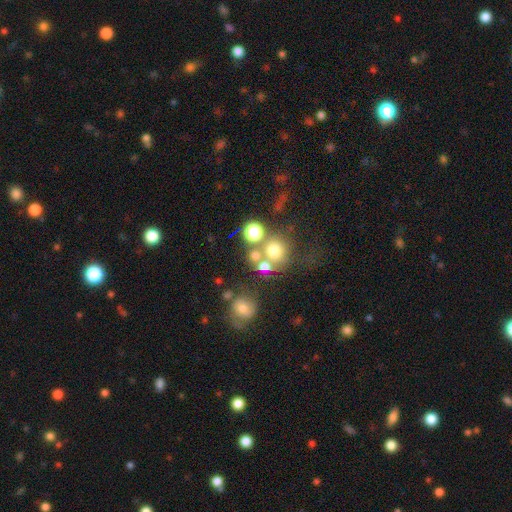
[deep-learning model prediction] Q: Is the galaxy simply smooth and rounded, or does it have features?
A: smooth — 64%.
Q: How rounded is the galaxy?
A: round — 82%.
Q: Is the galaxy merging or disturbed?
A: none — 47%.